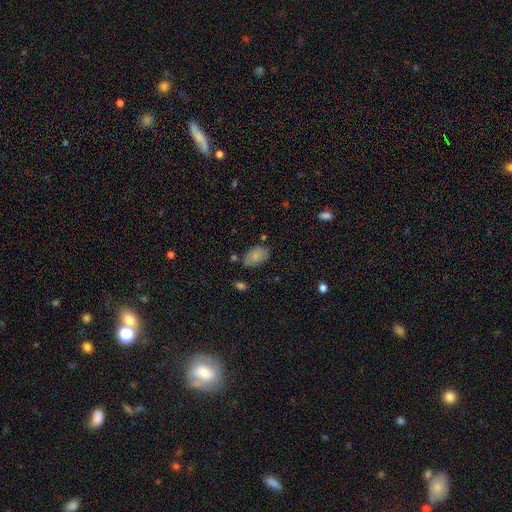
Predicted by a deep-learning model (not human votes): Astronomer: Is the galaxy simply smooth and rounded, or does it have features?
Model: smooth — 82%.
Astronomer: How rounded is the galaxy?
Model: in between — 92%.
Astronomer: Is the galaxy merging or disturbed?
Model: none — 73%.